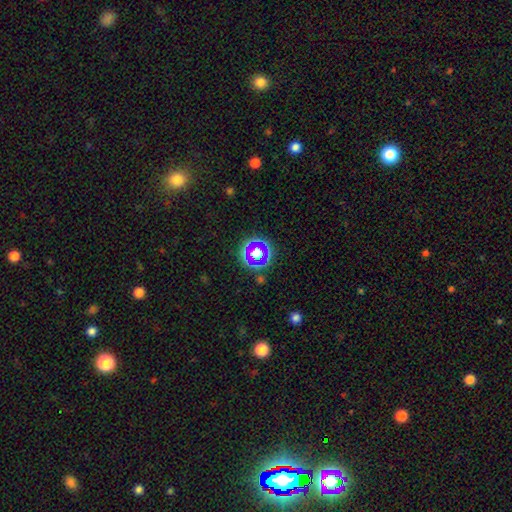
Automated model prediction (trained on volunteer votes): Smooth or featured? star or artifact (49%)